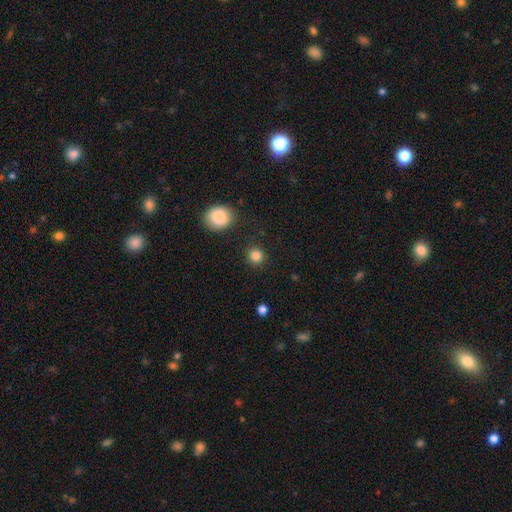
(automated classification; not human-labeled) A smooth galaxy with no disk features (84%) that is round (92%).

Vote fractions:
- Smooth or featured? smooth: 84% / star or artifact: 12% / featured or disk: 4%
- How rounded? round: 92% / in between: 7% / cigar-shaped: 1%
- Merging? none: 89% / minor disturbance: 6% / major disturbance: 3% / merger: 2%